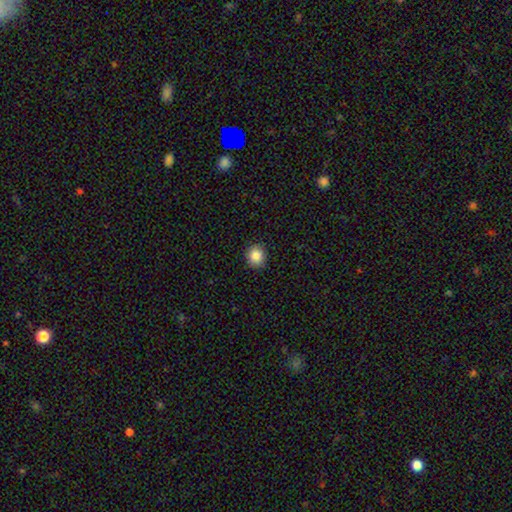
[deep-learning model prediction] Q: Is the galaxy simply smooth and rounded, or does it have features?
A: smooth — 86%.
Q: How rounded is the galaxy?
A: round — 84%.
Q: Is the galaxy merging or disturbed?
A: none — 91%.